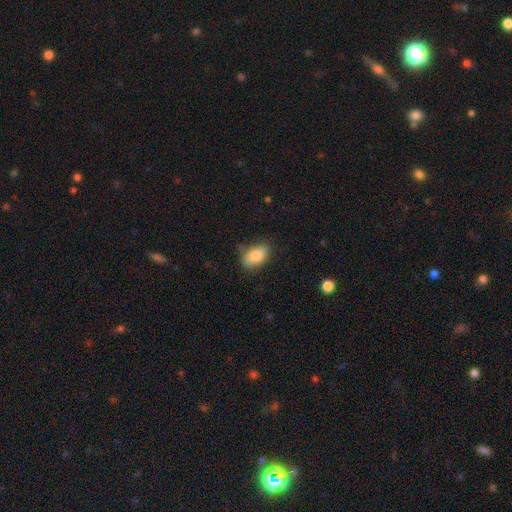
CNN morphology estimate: Overall: smooth (83%). How rounded: in between (89%). Merging: none (75%).